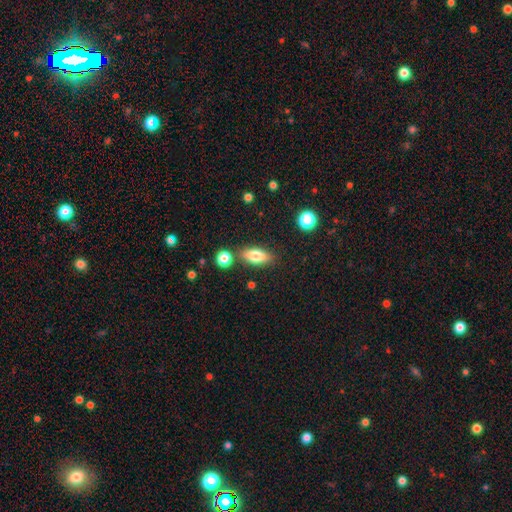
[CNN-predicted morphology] smooth_or_featured: smooth (p=0.74) [alt: featured or disk p=0.18]
how_rounded: in between (p=0.77) [alt: cigar-shaped p=0.18]
merging: none (p=0.79) [alt: minor disturbance p=0.12]